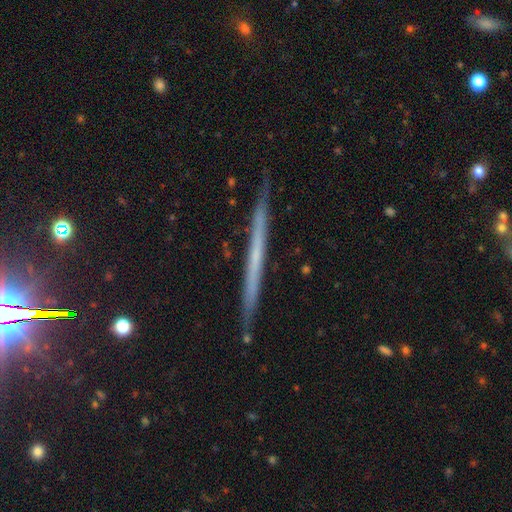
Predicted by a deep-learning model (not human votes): Smooth or featured? featured or disk (59%)
Edge-on disk? yes (97%)
Edge-on bulge? none (89%)
Merging? none (90%)